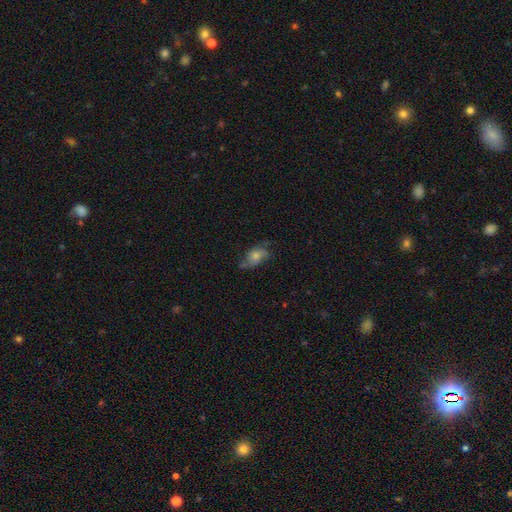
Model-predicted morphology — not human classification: Smooth or featured?
  - featured or disk: 50% *
  - smooth: 36%
  - star or artifact: 14%
Edge-on disk?
  - no: 92% *
  - yes: 8%
Merging?
  - none: 60% *
  - minor disturbance: 24%
  - major disturbance: 13%
  - merger: 2%